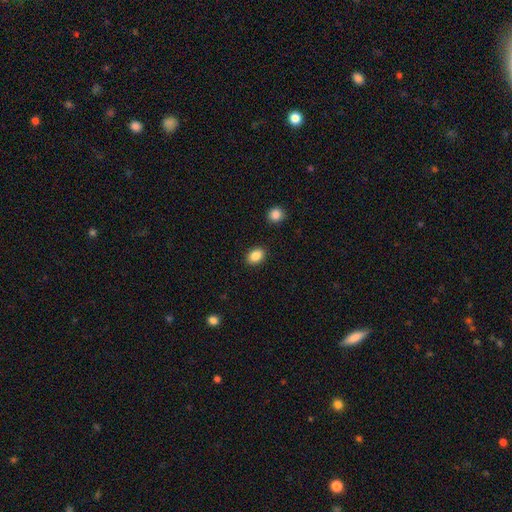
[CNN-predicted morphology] This appears to be a smooth galaxy with no disk features (87%) that is in between round and cigar-shaped (73%). Merging: none (89%).